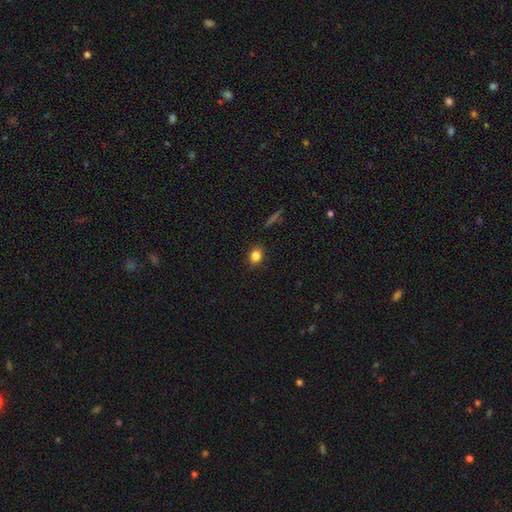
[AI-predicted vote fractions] Q: Smooth or featured?
A: smooth (83%); runner-up: star or artifact (12%)
Q: How rounded?
A: round (51%); runner-up: in between (48%)
Q: Merging?
A: none (88%); runner-up: minor disturbance (9%)